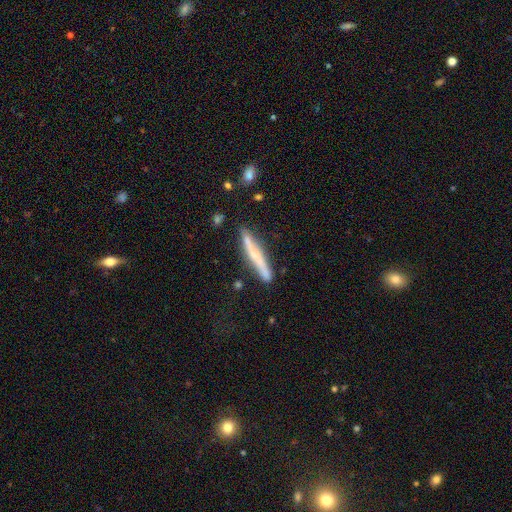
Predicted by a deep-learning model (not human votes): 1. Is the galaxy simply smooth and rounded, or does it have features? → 54% featured or disk, 40% smooth, 7% star or artifact.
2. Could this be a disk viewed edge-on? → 90% yes, 10% no.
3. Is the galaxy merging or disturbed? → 77% none, 16% minor disturbance, 4% merger, 3% major disturbance.